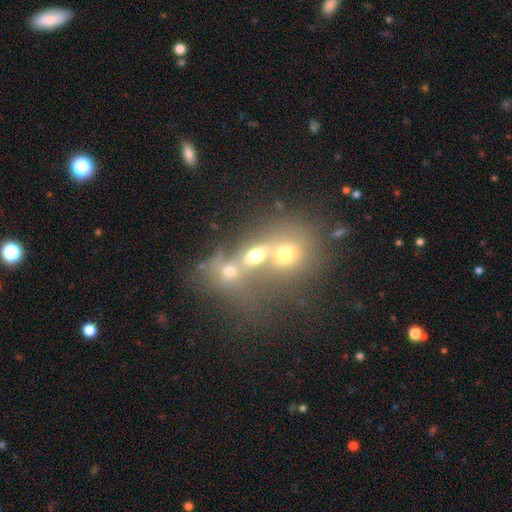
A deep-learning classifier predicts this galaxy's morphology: Smooth or featured: smooth — 47% (featured or disk — 27%)
Merging: merger — 69% (none — 21%)